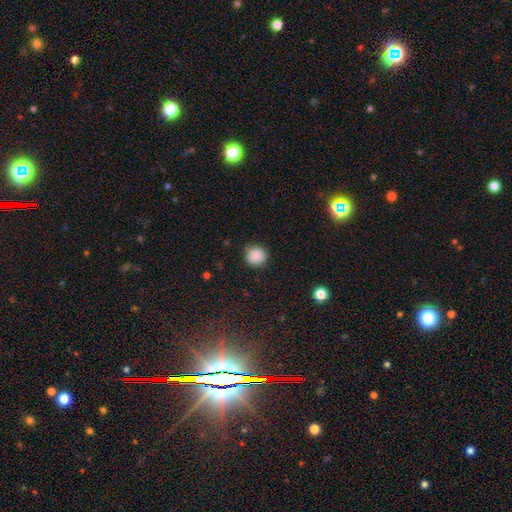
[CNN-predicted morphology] This appears to be a smooth galaxy with no disk features (88%) that is round (93%). Merging: none (89%).